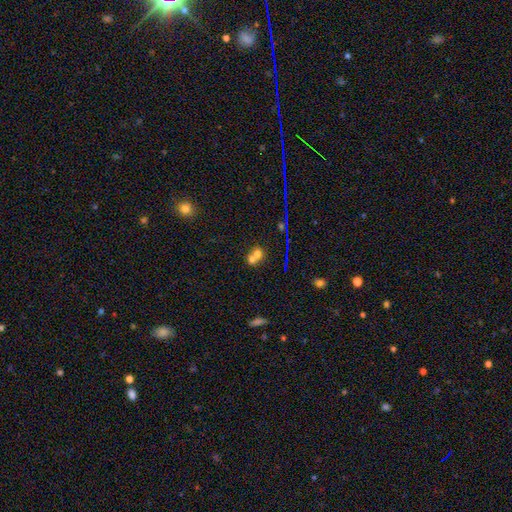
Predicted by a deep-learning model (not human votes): A smooth galaxy with no disk features (62%) that is round (72%).

Vote fractions:
- Smooth or featured? smooth: 62% / featured or disk: 20% / star or artifact: 17%
- How rounded? round: 72% / in between: 26% / cigar-shaped: 2%
- Merging? merger: 65% / none: 28% / minor disturbance: 5% / major disturbance: 3%